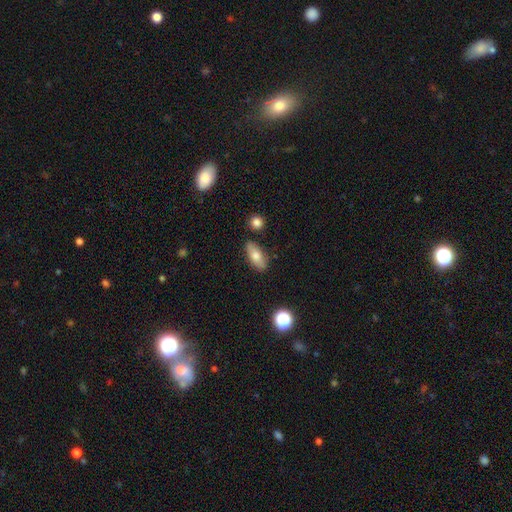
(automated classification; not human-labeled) Smooth or featured?
  - smooth: 72% *
  - featured or disk: 20%
  - star or artifact: 8%
How rounded?
  - in between: 78% *
  - cigar-shaped: 18%
  - round: 4%
Merging?
  - none: 81% *
  - minor disturbance: 13%
  - merger: 4%
  - major disturbance: 3%